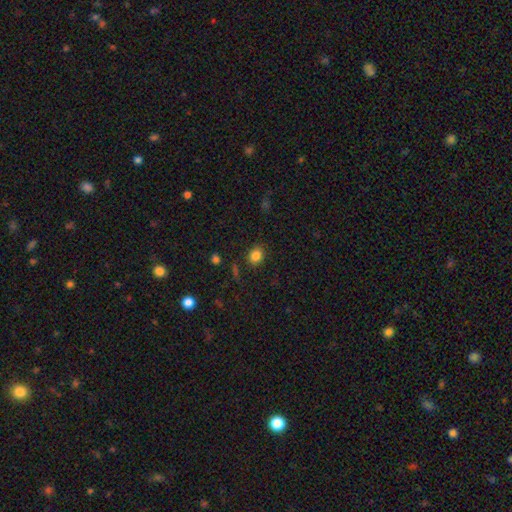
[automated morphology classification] Overall: smooth (83%). How rounded: round (61%; in between 38%). Merging: none (85%).